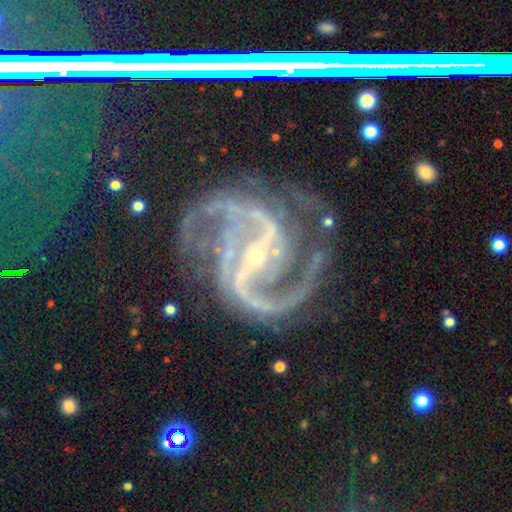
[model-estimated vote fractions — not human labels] A featured or disk galaxy (94%) with a strong bar (64%), 2 (67%) medium (60%) spiral arms (99%) and a small central bulge (85%). Merging: none (62%).